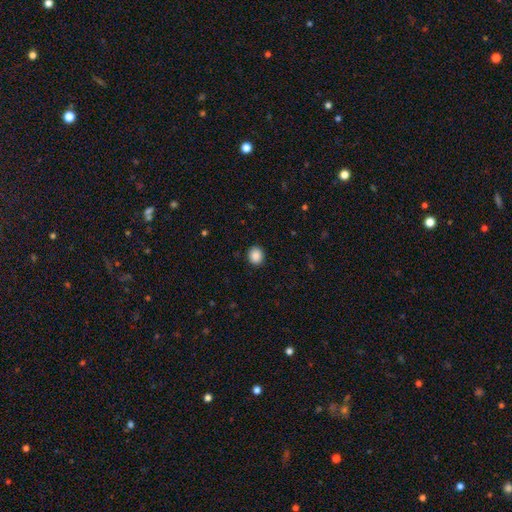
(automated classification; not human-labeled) This is clearly a smooth galaxy (89%). How rounded: likely round (78%). Merging: clearly none (92%).